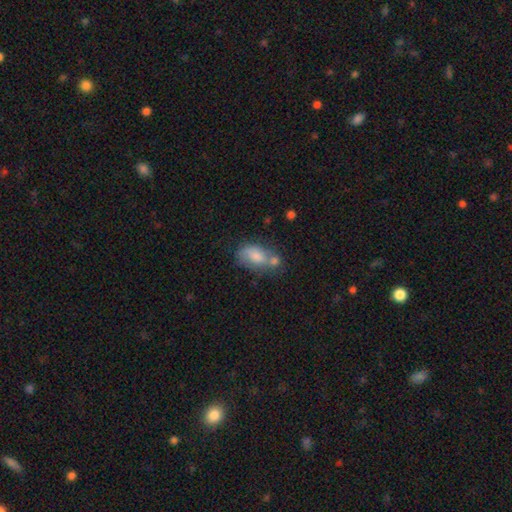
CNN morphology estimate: smooth_or_featured: smooth (p=0.69) [alt: featured or disk p=0.23]
how_rounded: in between (p=0.87) [alt: round p=0.09]
merging: merger (p=0.36) [alt: none p=0.33]